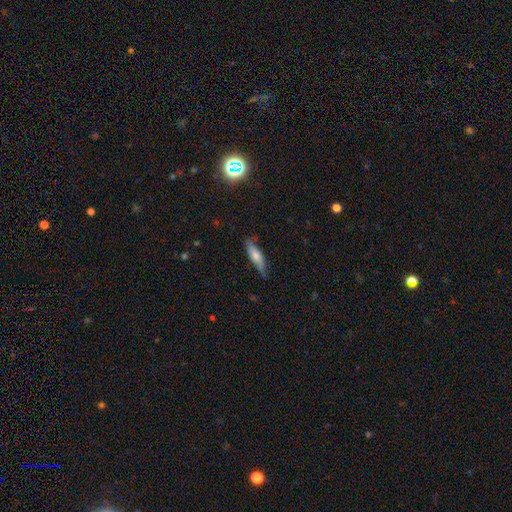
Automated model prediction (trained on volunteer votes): The model was most divided on "how rounded": cigar-shaped: 58%, in between: 40%, round: 2%. More confident: merging — none (65%); smooth or featured — smooth (63%).